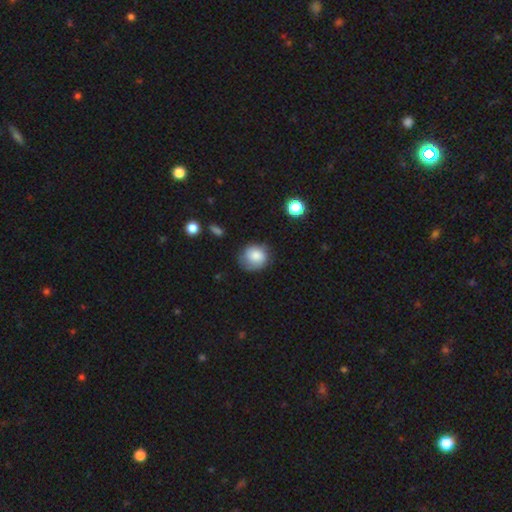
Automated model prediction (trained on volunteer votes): smooth 69%, featured or disk 23%, star or artifact 8%. Down the decision tree: how rounded — round (79%); merging — none (65%).